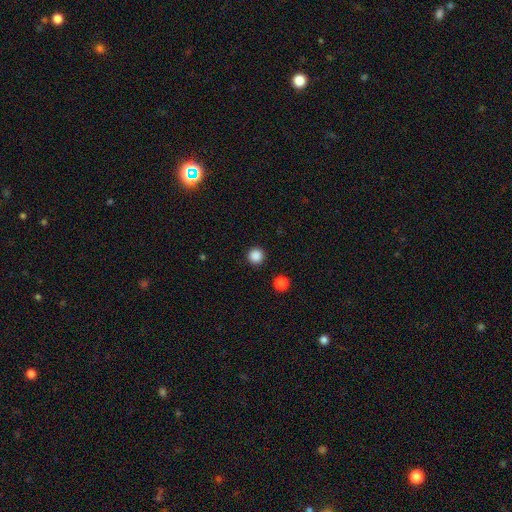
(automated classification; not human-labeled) Smooth or featured? Predicted: smooth (p=0.87). How rounded? Predicted: round (p=0.96). Merging? Predicted: none (p=0.93).